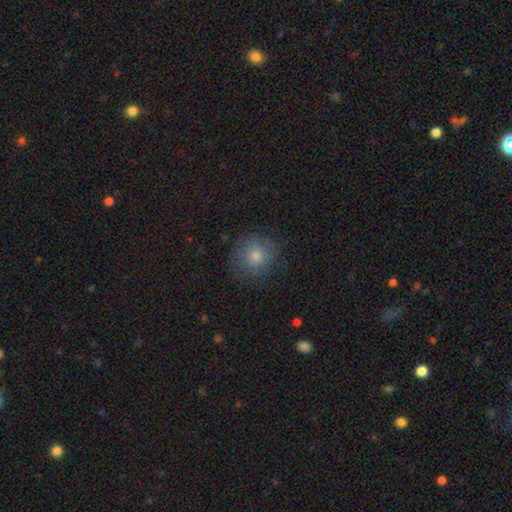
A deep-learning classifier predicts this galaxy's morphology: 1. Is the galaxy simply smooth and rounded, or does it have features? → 73% smooth, 13% star or artifact, 13% featured or disk.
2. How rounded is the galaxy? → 88% round, 11% in between, 1% cigar-shaped.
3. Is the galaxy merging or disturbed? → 81% none, 14% minor disturbance, 5% major disturbance, 1% merger.